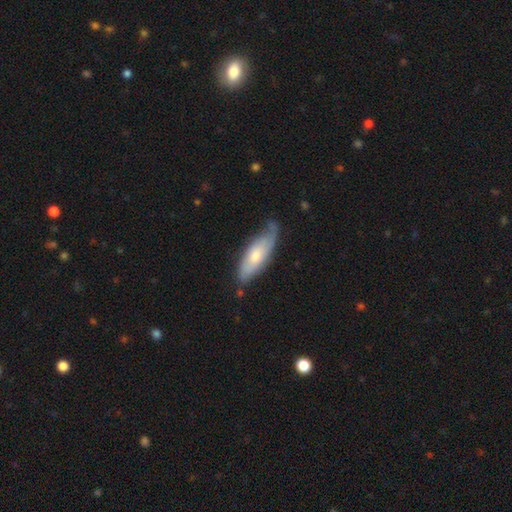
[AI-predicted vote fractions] Q: Smooth or featured?
A: smooth (57%); runner-up: featured or disk (37%)
Q: How rounded?
A: in between (63%); runner-up: cigar-shaped (35%)
Q: Merging?
A: none (56%); runner-up: minor disturbance (32%)